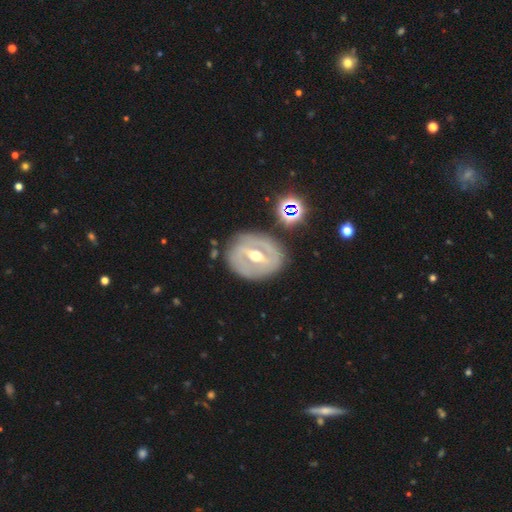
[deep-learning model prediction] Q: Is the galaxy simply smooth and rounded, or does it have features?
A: featured or disk — 79%.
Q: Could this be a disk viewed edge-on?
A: no — 93%.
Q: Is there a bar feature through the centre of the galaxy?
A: strong — 61%.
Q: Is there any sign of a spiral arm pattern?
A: no — 52%.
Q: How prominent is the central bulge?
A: moderate — 77%.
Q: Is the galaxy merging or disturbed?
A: none — 78%.